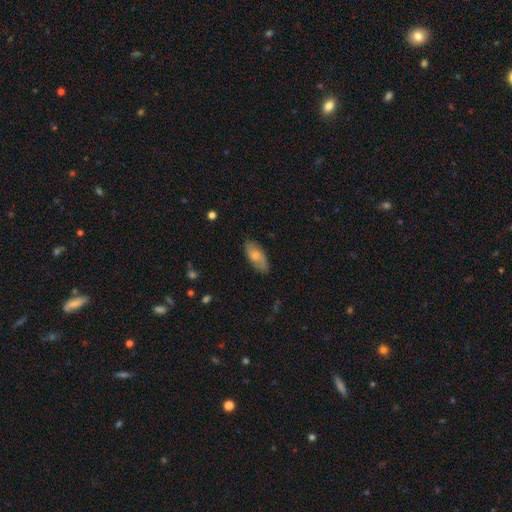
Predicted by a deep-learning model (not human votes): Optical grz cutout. It shows a smooth galaxy with no disk features (65%) that is in between round and cigar-shaped (88%). Merging: none (79%).